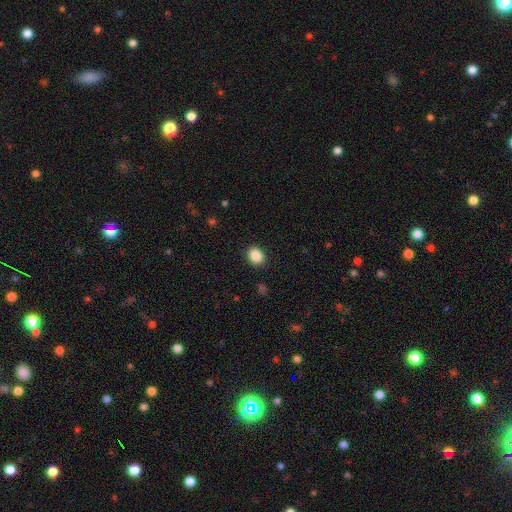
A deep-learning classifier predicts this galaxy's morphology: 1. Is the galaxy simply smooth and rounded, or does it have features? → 88% smooth, 9% star or artifact, 4% featured or disk.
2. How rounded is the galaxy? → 55% in between, 44% round, 1% cigar-shaped.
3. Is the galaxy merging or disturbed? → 90% none, 7% minor disturbance, 2% major disturbance, 1% merger.